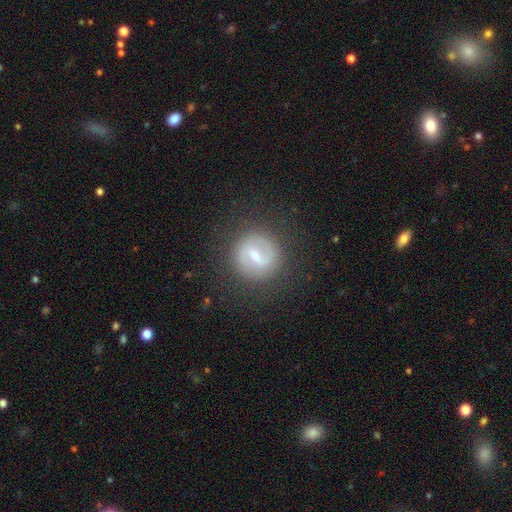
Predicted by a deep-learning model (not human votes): Smooth or featured? Predicted: featured or disk (p=0.68). Edge-on disk? Predicted: no (p=0.97). Bar? Predicted: weak (p=0.46). Spiral arms? Predicted: yes (p=0.74). Bulge size? Predicted: small (p=0.58). Merging? Predicted: none (p=0.85).